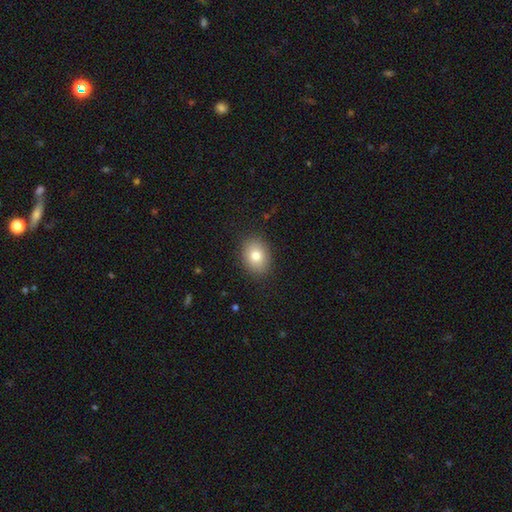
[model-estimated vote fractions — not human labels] Overall: smooth (80%). How rounded: in between (63%; round 36%). Merging: none (88%).